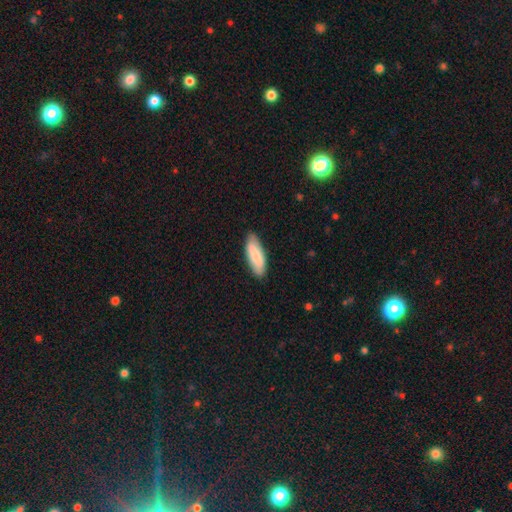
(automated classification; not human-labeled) Smooth or featured? Predicted: smooth (p=0.77). How rounded? Predicted: in between (p=0.60). Merging? Predicted: none (p=0.84).